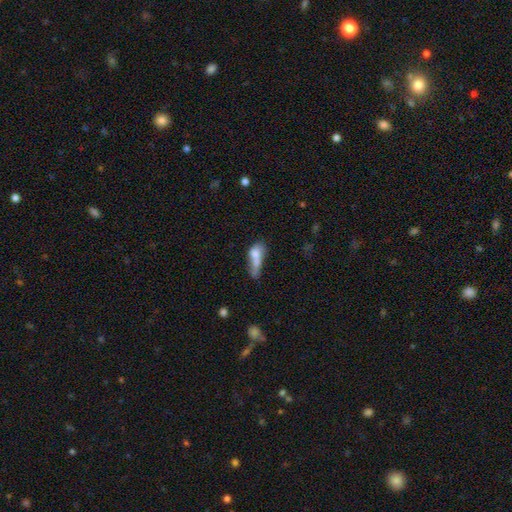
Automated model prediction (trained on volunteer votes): A smooth galaxy with no disk features (66%) that is in between round and cigar-shaped (58%).

Vote fractions:
- Smooth or featured? smooth: 66% / featured or disk: 24% / star or artifact: 10%
- How rounded? in between: 58% / cigar-shaped: 33% / round: 9%
- Merging? merger: 39% / major disturbance: 24% / none: 19% / minor disturbance: 18%